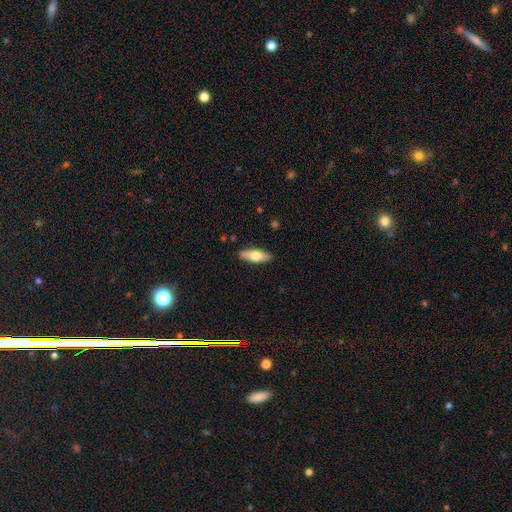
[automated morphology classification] smooth_or_featured: smooth (p=0.63) [alt: featured or disk p=0.32]
how_rounded: in between (p=0.65) [alt: cigar-shaped p=0.33]
merging: none (p=0.88) [alt: minor disturbance p=0.09]